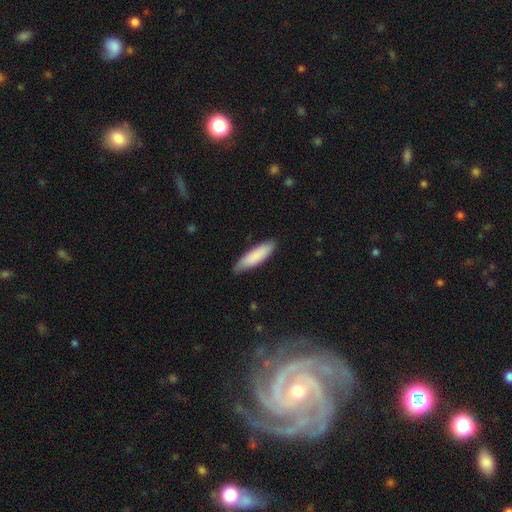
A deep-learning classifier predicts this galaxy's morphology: Smooth or featured: smooth — 85% (featured or disk — 10%)
How rounded: cigar-shaped — 64% (in between — 35%)
Merging: none — 82% (minor disturbance — 15%)